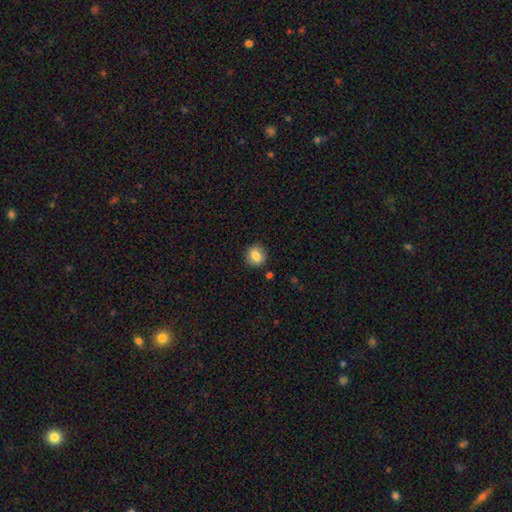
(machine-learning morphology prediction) Smooth or featured? Predicted: smooth (p=0.83). How rounded? Predicted: round (p=0.80). Merging? Predicted: none (p=0.87).